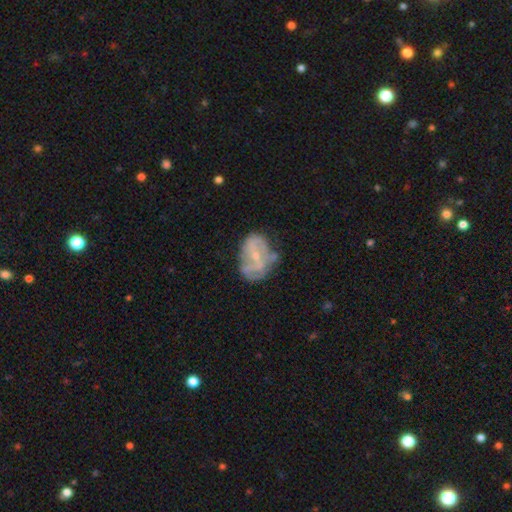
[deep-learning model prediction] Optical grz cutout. It shows a featured or disk galaxy (67%) with no bar (50%), spiral arms (57%) and a small central bulge (66%). Merging: none (48%).